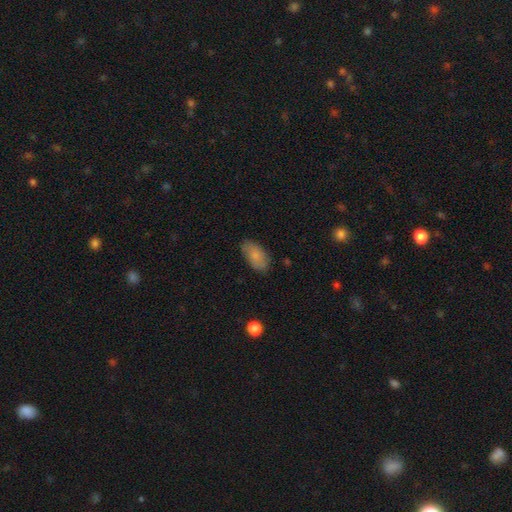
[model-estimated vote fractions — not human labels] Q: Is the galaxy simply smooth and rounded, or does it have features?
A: smooth — 80%.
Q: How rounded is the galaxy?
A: in between — 94%.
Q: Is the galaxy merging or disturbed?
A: none — 79%.